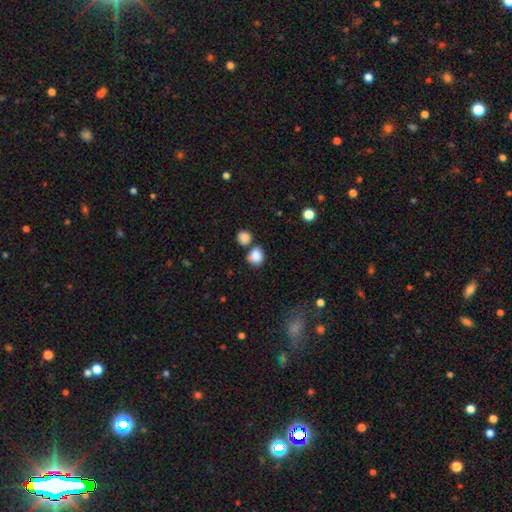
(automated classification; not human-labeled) smooth 85%, star or artifact 10%, featured or disk 5%. Down the decision tree: how rounded — round (67%); merging — none (58%).